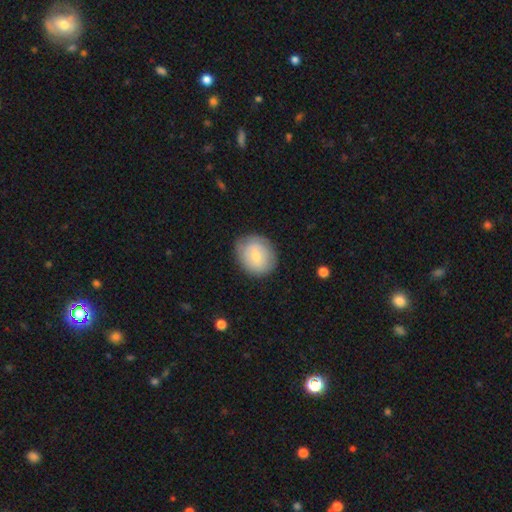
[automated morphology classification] Smooth or featured? Predicted: smooth (p=0.64). How rounded? Predicted: round (p=0.67). Merging? Predicted: none (p=0.79).